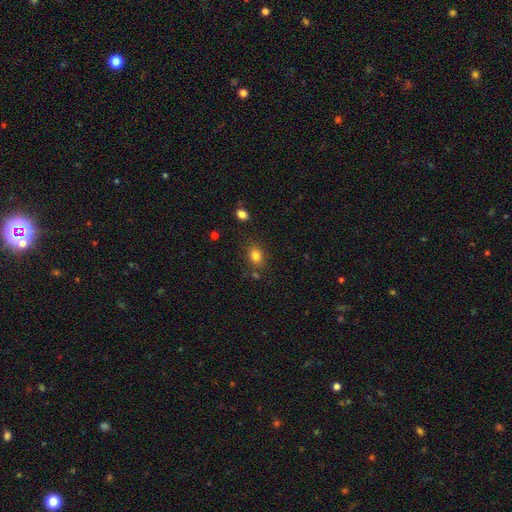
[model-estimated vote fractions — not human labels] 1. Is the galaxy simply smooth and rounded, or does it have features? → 82% smooth, 12% star or artifact, 6% featured or disk.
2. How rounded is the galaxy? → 61% in between, 38% round, 1% cigar-shaped.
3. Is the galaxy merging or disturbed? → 77% none, 13% minor disturbance, 5% merger, 4% major disturbance.